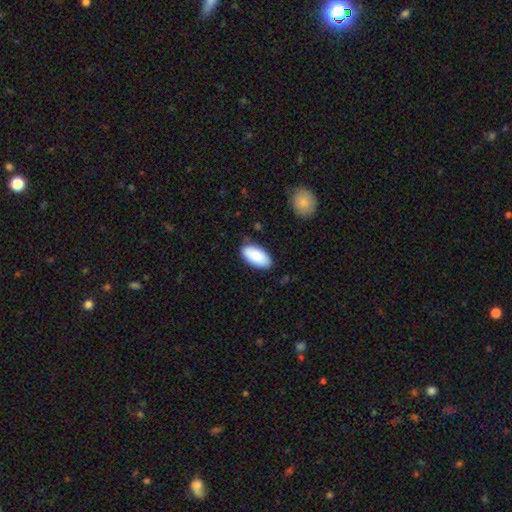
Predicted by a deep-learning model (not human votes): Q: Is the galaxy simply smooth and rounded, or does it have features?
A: smooth — 86%.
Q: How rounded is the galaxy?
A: in between — 95%.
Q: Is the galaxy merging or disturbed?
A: none — 82%.